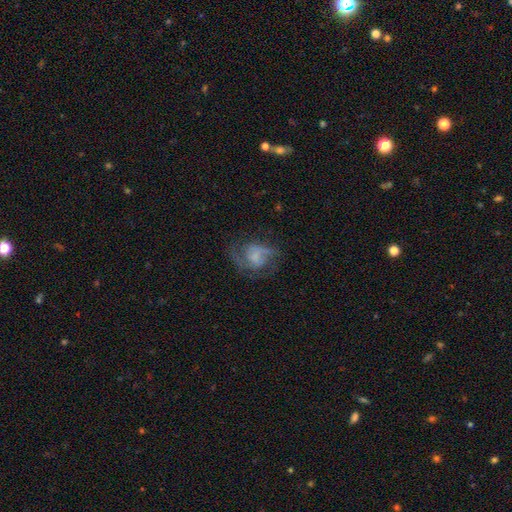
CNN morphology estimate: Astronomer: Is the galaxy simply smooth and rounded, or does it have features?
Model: featured or disk — 60%.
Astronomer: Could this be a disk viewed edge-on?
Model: no — 98%.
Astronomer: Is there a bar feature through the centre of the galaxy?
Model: no — 61%.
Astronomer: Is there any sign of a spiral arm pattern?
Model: yes — 77%.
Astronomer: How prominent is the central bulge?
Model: none — 46%.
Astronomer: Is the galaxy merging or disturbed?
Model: none — 47% (runner-up: major disturbance, 29%).